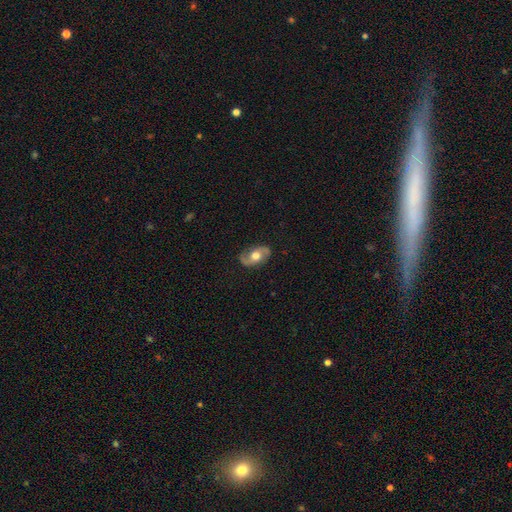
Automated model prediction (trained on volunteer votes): Overall: featured or disk (71%). Edge-on disk: no (95%). Bar: no (67%). Spiral arms: yes (84%). Spiral arm count: 2 (90%). Spiral winding: loose (47%; medium 38%). Bulge size: moderate (69%). Merging: none (81%).